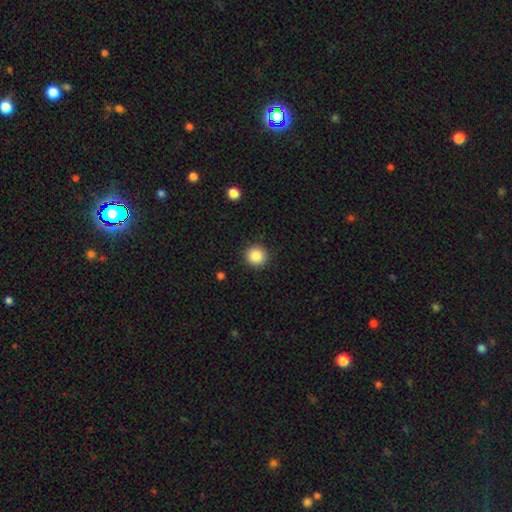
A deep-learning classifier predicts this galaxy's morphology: smooth-or-featured: smooth: 87% | star or artifact: 9% | featured or disk: 4%
  how-rounded: round: 93% | in between: 6% | cigar-shaped: 1%
  merging: none: 91% | minor disturbance: 5% | major disturbance: 2% | merger: 1%